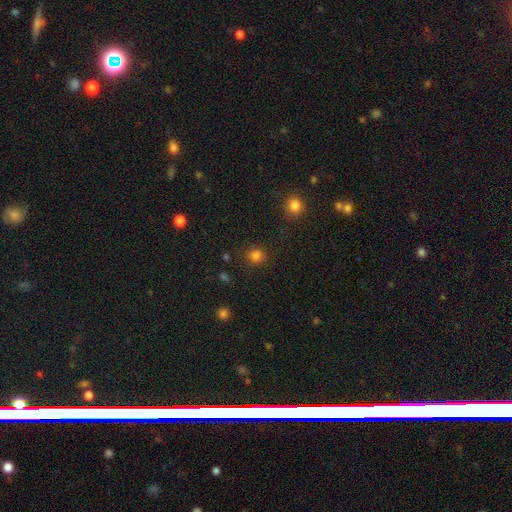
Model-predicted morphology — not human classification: Overall: smooth (82%). How rounded: round (90%). Merging: none (88%).